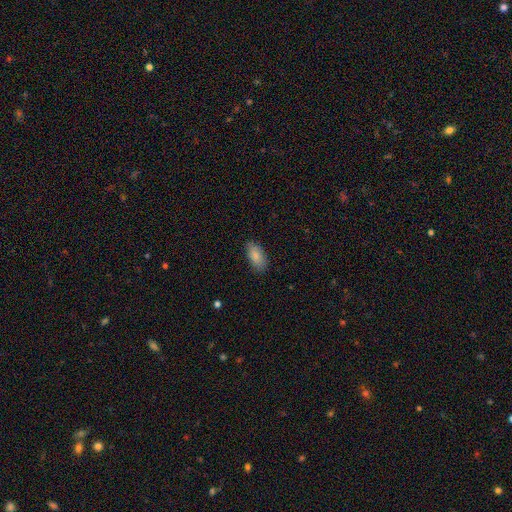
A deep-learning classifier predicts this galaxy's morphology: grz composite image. It shows a smooth galaxy with no disk features (85%) that is in between round and cigar-shaped (91%). Merging: none (83%).